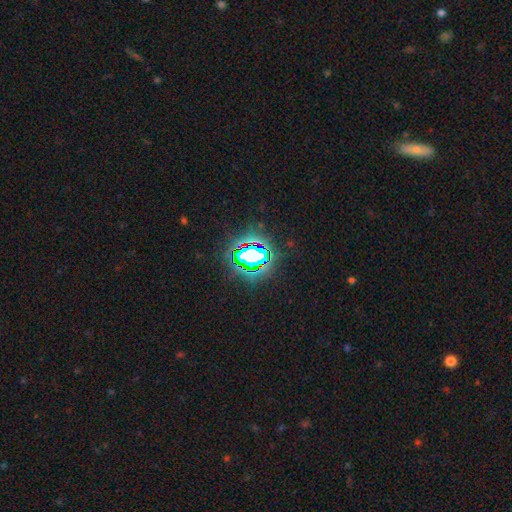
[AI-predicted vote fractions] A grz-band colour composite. It shows a star or artifact, not a galaxy (82%).